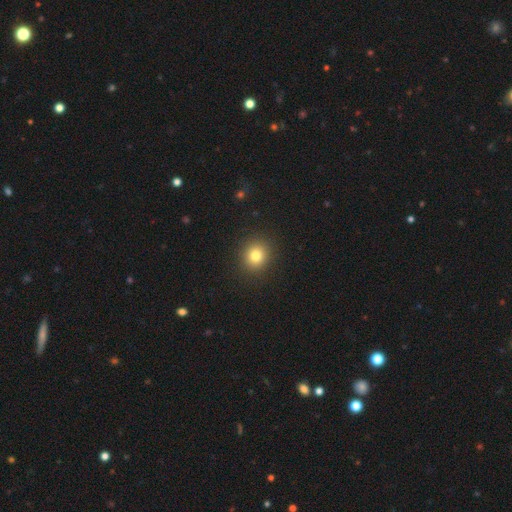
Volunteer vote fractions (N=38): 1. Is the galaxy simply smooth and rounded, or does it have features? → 89% smooth, 8% star or artifact, 3% featured or disk.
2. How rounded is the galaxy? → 85% round, 15% in between, 0% cigar-shaped.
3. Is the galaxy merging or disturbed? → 86% none, 11% minor disturbance, 3% major disturbance, 0% merger.